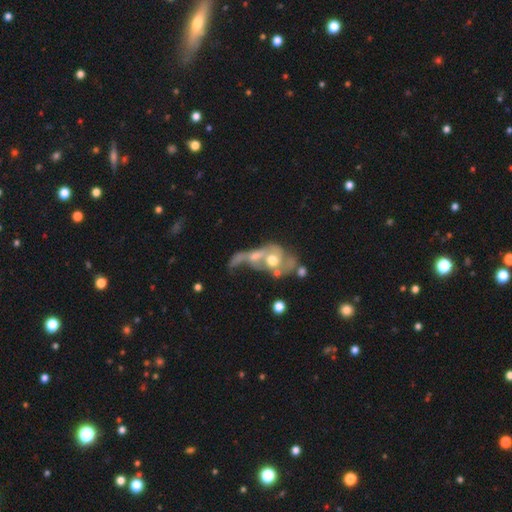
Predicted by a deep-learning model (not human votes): Q: Smooth or featured?
A: featured or disk (64%); runner-up: smooth (21%)
Q: Edge-on disk?
A: no (93%); runner-up: yes (7%)
Q: Bar?
A: no (76%); runner-up: weak (18%)
Q: Spiral arms?
A: yes (51%); runner-up: no (49%)
Q: Bulge size?
A: moderate (61%); runner-up: small (23%)
Q: Merging?
A: merger (55%); runner-up: major disturbance (22%)